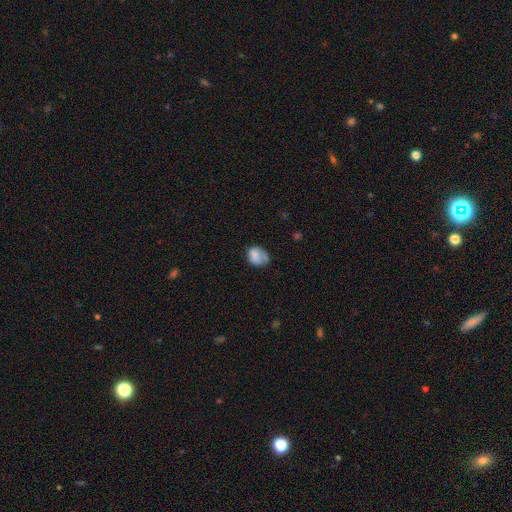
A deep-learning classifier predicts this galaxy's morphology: smooth 75%, featured or disk 16%, star or artifact 9%. Down the decision tree: how rounded — in between (57%); merging — none (43%).